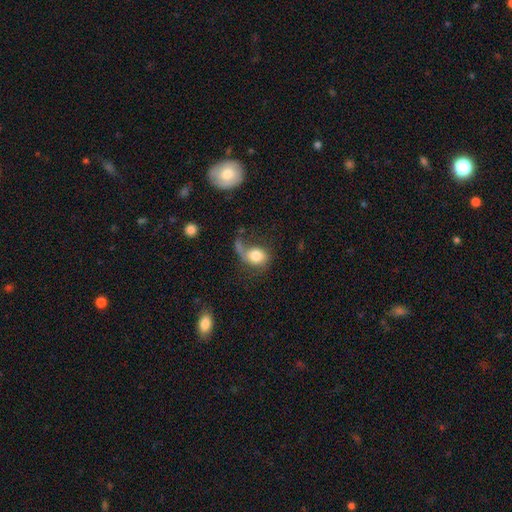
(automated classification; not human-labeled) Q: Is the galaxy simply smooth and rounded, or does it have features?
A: smooth — 62%.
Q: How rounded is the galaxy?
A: round — 55%.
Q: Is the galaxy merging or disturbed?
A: major disturbance — 41%.